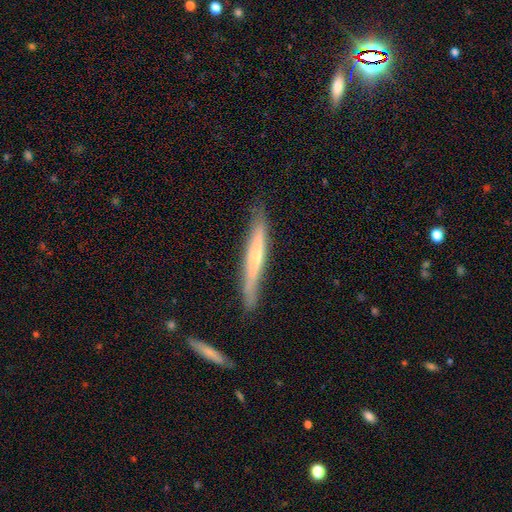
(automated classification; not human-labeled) Smooth or featured: featured or disk — 56% (smooth — 38%)
Edge-on disk: yes — 92% (no — 8%)
Edge-on bulge: rounded — 48% (none — 44%)
Merging: none — 83% (minor disturbance — 13%)